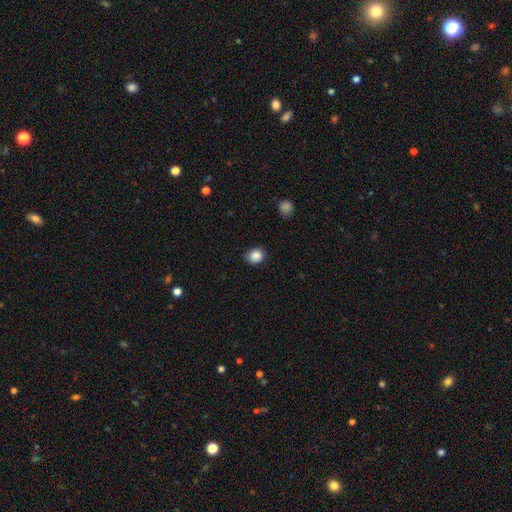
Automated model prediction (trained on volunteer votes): A smooth galaxy with no disk features (86%) that is round (70%). Merging: none (81%).